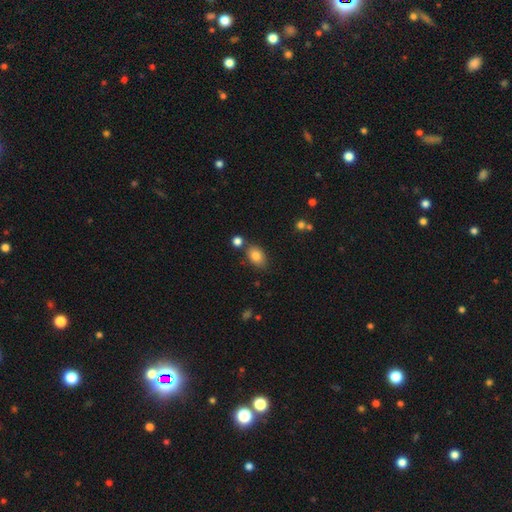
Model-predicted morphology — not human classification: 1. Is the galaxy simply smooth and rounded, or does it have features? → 83% smooth, 9% star or artifact, 8% featured or disk.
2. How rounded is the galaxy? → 81% in between, 17% round, 1% cigar-shaped.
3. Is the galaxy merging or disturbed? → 73% none, 14% minor disturbance, 10% merger, 3% major disturbance.